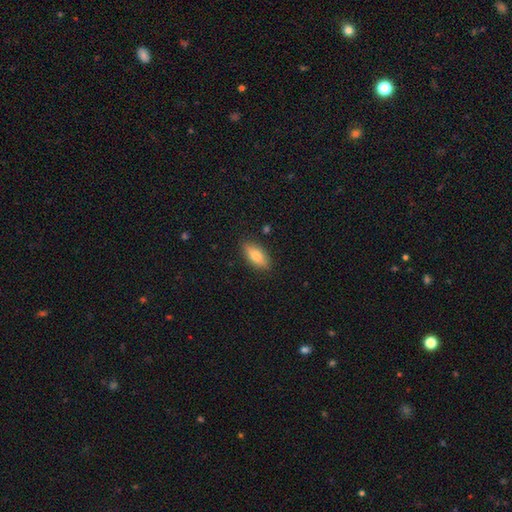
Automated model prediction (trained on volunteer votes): smooth_or_featured: smooth (p=0.75) [alt: featured or disk p=0.18]
how_rounded: in between (p=0.81) [alt: cigar-shaped p=0.16]
merging: none (p=0.87) [alt: minor disturbance p=0.09]